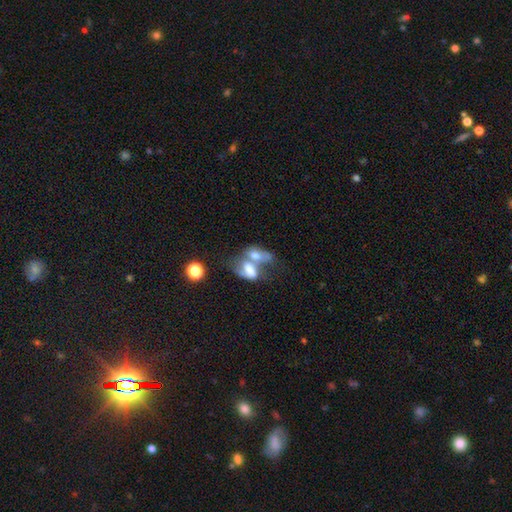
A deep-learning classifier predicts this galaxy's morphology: smooth-or-featured: smooth: 57% | featured or disk: 33% | star or artifact: 11%
  how-rounded: in between: 83% | round: 10% | cigar-shaped: 7%
  merging: merger: 71% | none: 12% | major disturbance: 11% | minor disturbance: 7%